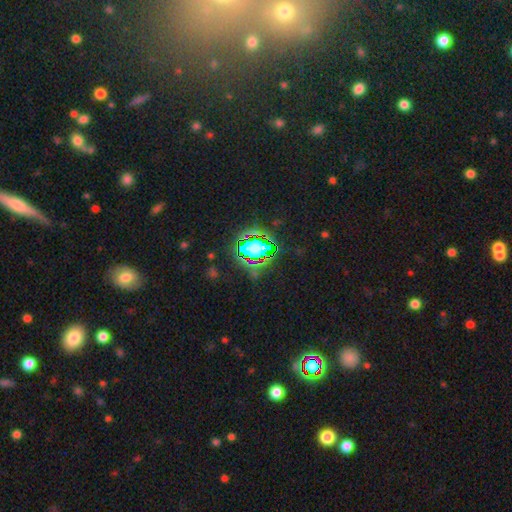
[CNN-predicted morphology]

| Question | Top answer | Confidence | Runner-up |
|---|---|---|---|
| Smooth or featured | star or artifact | 79% | smooth (13%) |